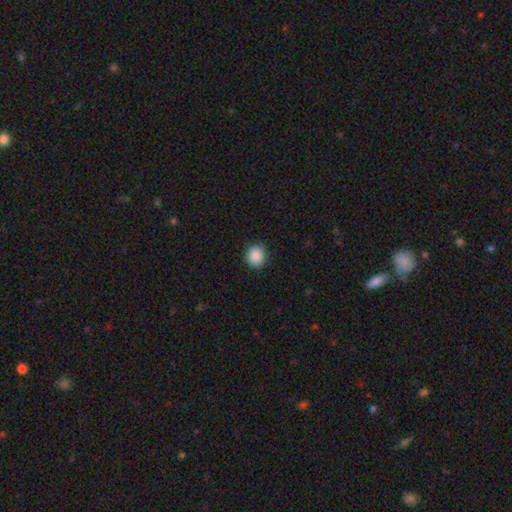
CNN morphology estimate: A smooth galaxy with no disk features (88%) that is round (84%). Merging: none (89%).